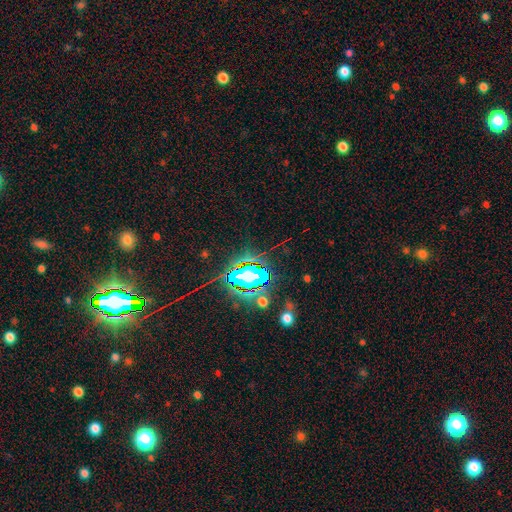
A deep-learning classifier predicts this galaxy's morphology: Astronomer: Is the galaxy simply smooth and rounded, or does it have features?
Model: star or artifact — 83%.